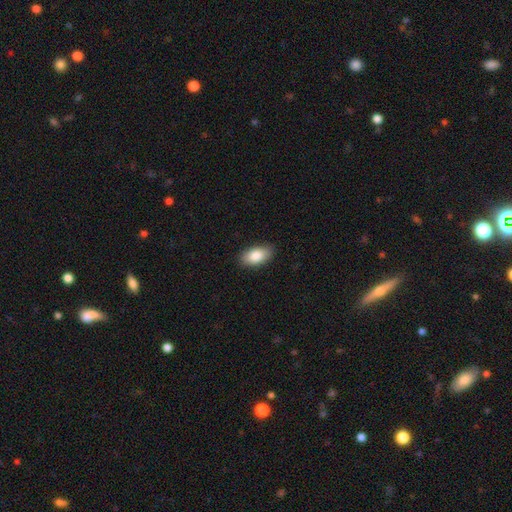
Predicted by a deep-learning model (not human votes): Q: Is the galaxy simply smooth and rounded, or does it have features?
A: smooth — 86%.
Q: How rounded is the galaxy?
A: in between — 93%.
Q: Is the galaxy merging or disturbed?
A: none — 86%.